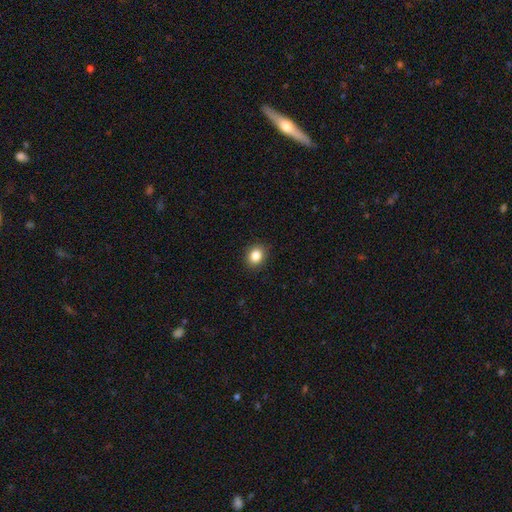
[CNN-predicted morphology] A smooth galaxy with no disk features (85%) that is round (60%).

Vote fractions:
- Smooth or featured? smooth: 85% / star or artifact: 10% / featured or disk: 5%
- How rounded? round: 60% / in between: 39% / cigar-shaped: 1%
- Merging? none: 90% / minor disturbance: 7% / major disturbance: 2% / merger: 1%